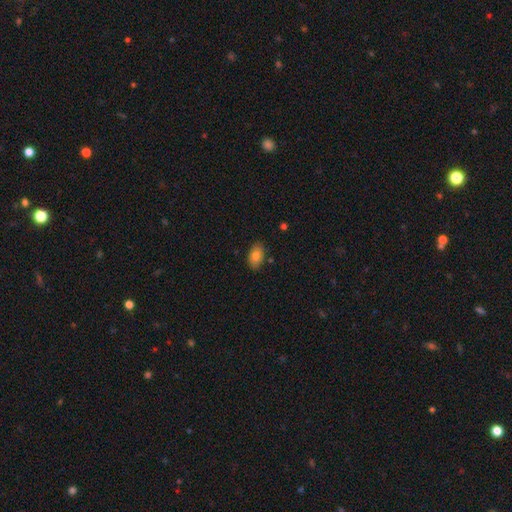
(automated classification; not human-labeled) smooth-or-featured: smooth: 81% | featured or disk: 10% | star or artifact: 8%
  how-rounded: in between: 91% | round: 7% | cigar-shaped: 2%
  merging: none: 85% | minor disturbance: 11% | major disturbance: 2% | merger: 2%